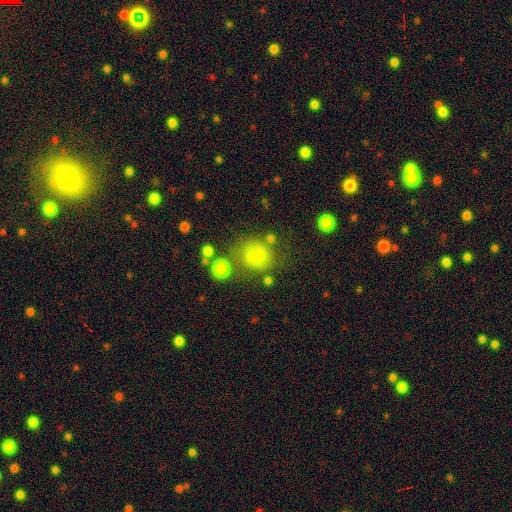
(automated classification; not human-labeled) Smooth or featured?
  - smooth: 76% *
  - star or artifact: 13%
  - featured or disk: 11%
How rounded?
  - round: 76% *
  - in between: 23%
  - cigar-shaped: 1%
Merging?
  - none: 66% *
  - minor disturbance: 18%
  - major disturbance: 9%
  - merger: 7%